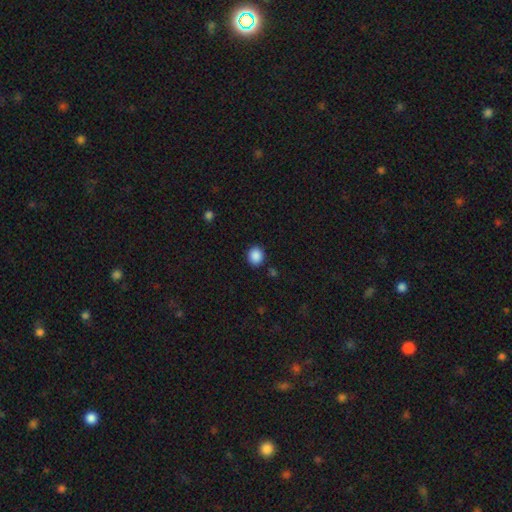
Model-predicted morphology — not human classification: Overall: smooth (89%). How rounded: round (78%). Merging: none (88%).